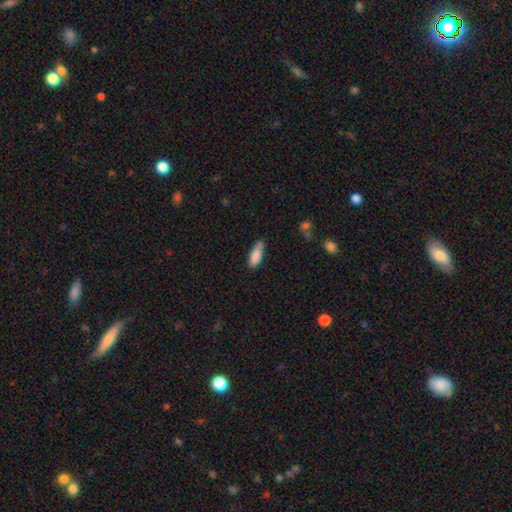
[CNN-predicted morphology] The model was most divided on "how rounded": in between: 60%, cigar-shaped: 38%, round: 2%. More confident: smooth or featured — smooth (86%); merging — none (62%).